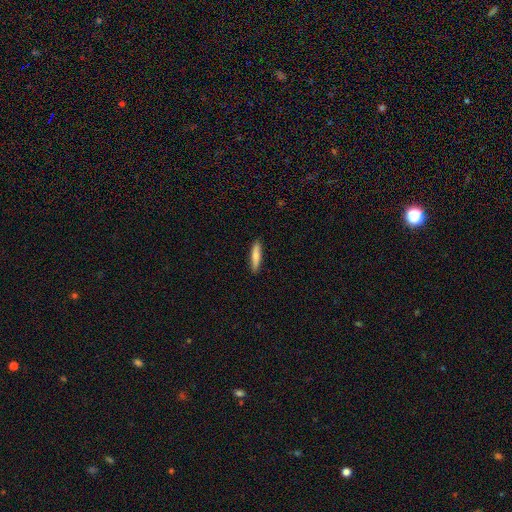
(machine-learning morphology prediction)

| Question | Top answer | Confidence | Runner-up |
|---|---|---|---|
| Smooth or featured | smooth | 77% | featured or disk (18%) |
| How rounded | cigar-shaped | 84% | in between (15%) |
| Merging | none | 89% | minor disturbance (9%) |